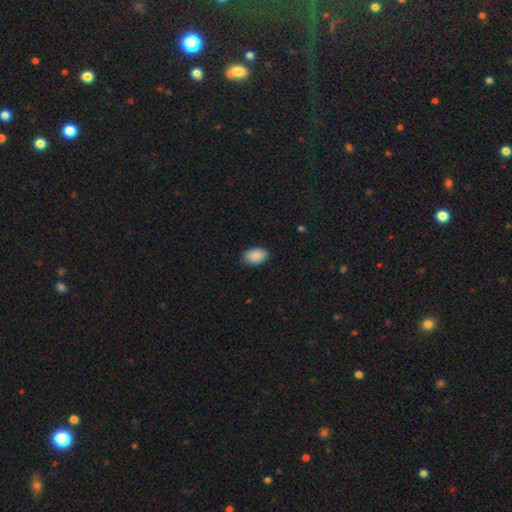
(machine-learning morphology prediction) The model was most divided on "merging": none: 85%, minor disturbance: 12%, major disturbance: 2%, merger: 1%. More confident: how rounded — in between (93%); smooth or featured — smooth (90%).